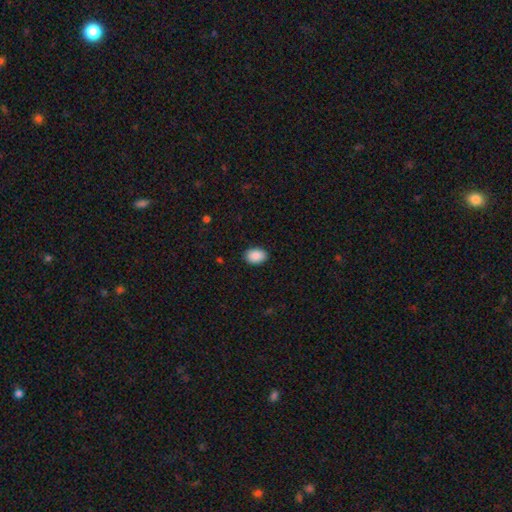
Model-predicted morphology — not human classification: Smooth or featured? Predicted: smooth (p=0.90). How rounded? Predicted: in between (p=0.79). Merging? Predicted: none (p=0.89).